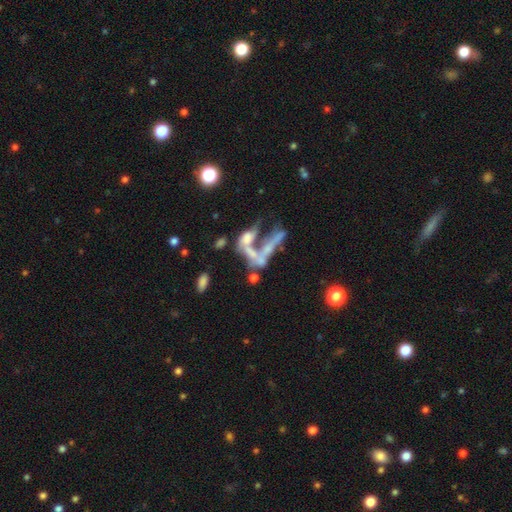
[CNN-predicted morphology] smooth-or-featured: featured or disk: 52% | smooth: 33% | star or artifact: 15%
  disk-edge-on: no: 87% | yes: 13%
  merging: merger: 60% | major disturbance: 20% | none: 13% | minor disturbance: 7%